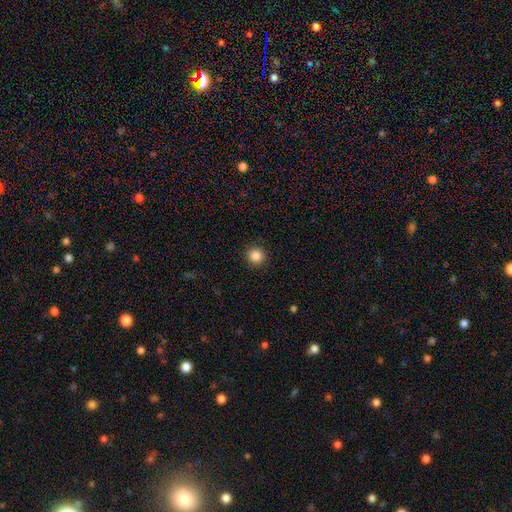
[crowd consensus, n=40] Overall: smooth (82%). How rounded: round (94%). Merging: none (91%).